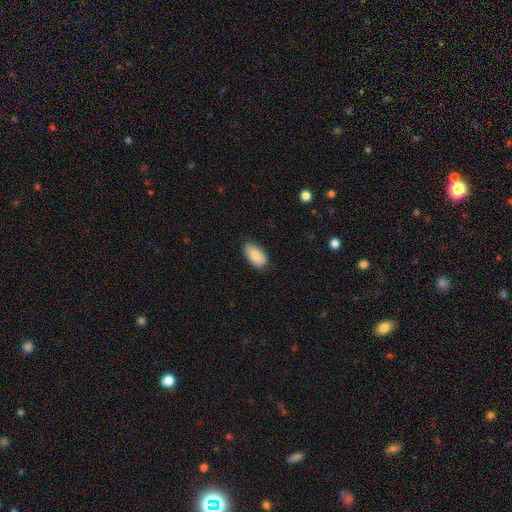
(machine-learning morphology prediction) This is clearly a smooth galaxy (87%). How rounded: clearly in between (94%). Merging: likely none (79%).